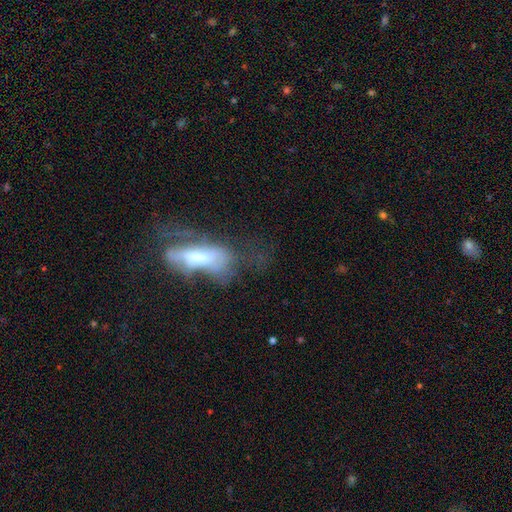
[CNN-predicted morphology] Smooth or featured?
  - featured or disk: 54% *
  - smooth: 33%
  - star or artifact: 13%
Edge-on disk?
  - no: 74% *
  - yes: 26%
Merging?
  - major disturbance: 43% *
  - none: 30%
  - minor disturbance: 20%
  - merger: 7%